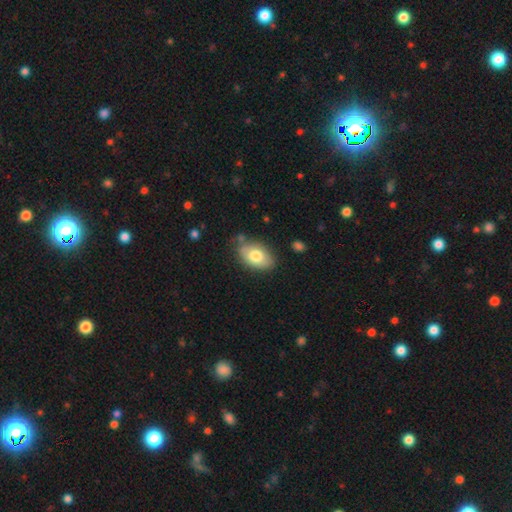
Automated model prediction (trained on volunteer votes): This is likely a smooth galaxy (76%). How rounded: clearly in between (90%). Merging: likely none (75%).